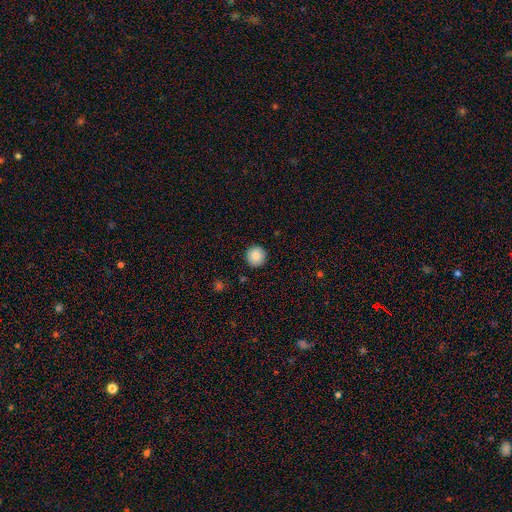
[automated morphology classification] type=smooth (86%); roundness=round (95%); merging=none (92%).